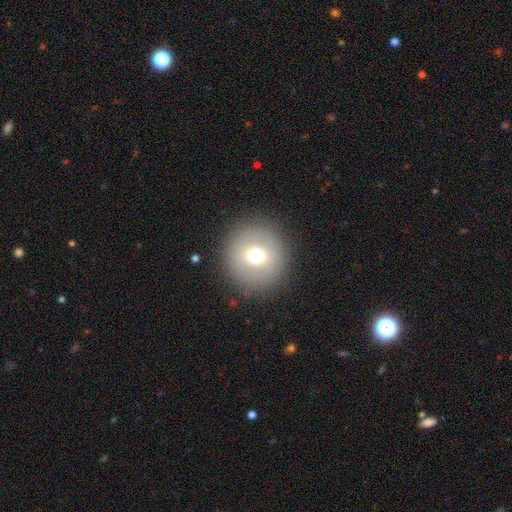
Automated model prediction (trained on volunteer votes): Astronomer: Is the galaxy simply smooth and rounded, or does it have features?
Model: smooth — 66%.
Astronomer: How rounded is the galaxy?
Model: round — 95%.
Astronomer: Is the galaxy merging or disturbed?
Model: none — 89%.